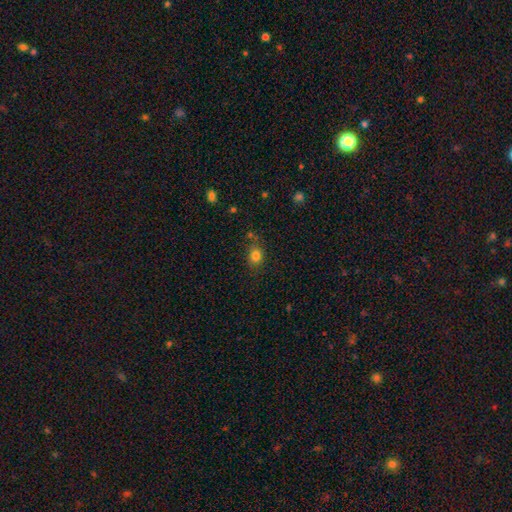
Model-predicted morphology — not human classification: This is clearly a smooth galaxy (81%). How rounded: possibly in between (50%). Merging: likely none (75%).